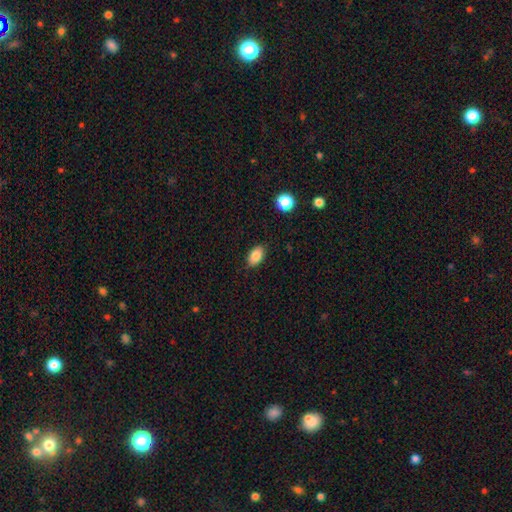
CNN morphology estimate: Q: Smooth or featured?
A: smooth (85%); runner-up: star or artifact (8%)
Q: How rounded?
A: in between (90%); runner-up: round (8%)
Q: Merging?
A: none (85%); runner-up: minor disturbance (11%)